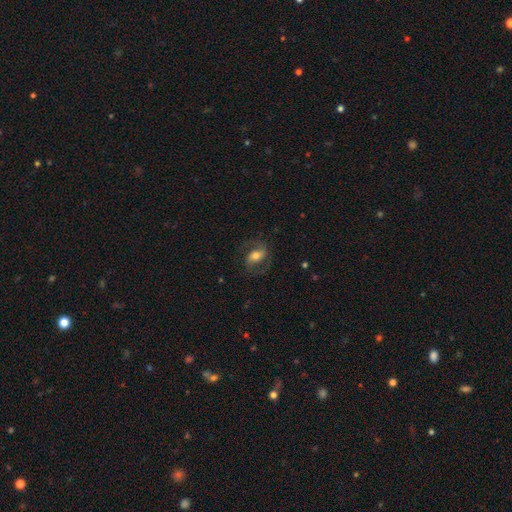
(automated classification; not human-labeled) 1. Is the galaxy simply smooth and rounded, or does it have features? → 68% featured or disk, 25% smooth, 7% star or artifact.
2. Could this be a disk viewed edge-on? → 95% no, 5% yes.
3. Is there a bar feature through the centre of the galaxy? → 37% strong, 36% weak, 27% no.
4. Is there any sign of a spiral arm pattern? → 88% yes, 12% no.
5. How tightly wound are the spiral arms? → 54% medium, 29% loose, 17% tight.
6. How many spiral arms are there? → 89% 2, 5% can't tell, 3% 1, 1% 3, 1% 4, 1% more than 4.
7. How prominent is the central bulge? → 61% moderate, 21% small, 14% large, 2% dominant, 2% none.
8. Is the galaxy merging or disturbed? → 72% none, 15% minor disturbance, 12% major disturbance, 1% merger.